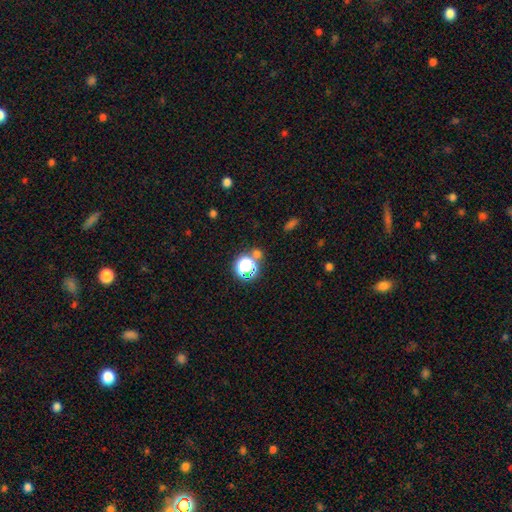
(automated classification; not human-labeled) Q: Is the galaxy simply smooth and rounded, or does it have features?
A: star or artifact — 56%.